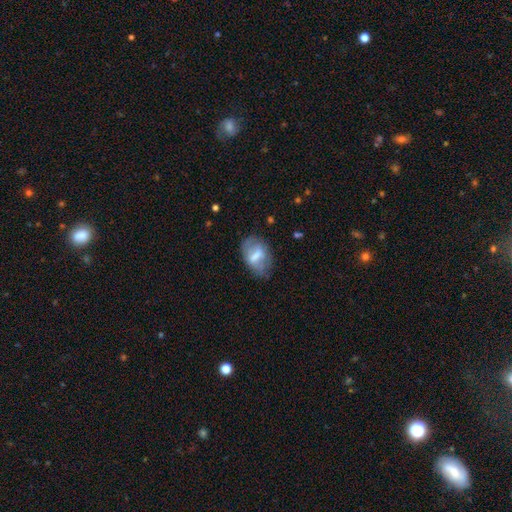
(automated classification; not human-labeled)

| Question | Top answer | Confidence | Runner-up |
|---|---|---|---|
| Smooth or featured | smooth | 47% | featured or disk (44%) |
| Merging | none | 57% | minor disturbance (27%) |